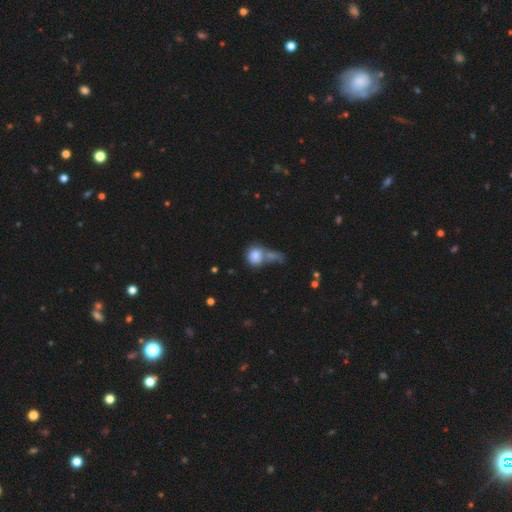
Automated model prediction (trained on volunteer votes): Q: Smooth or featured?
A: smooth (81%); runner-up: featured or disk (10%)
Q: How rounded?
A: round (75%); runner-up: in between (23%)
Q: Merging?
A: merger (51%); runner-up: none (30%)